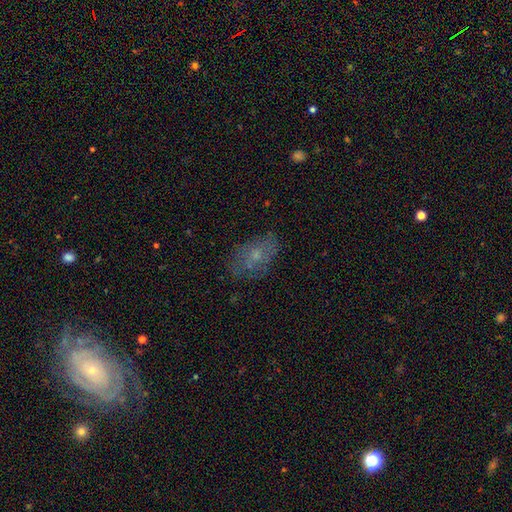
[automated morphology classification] This is possibly a smooth galaxy (48%). Merging: likely none (68%).